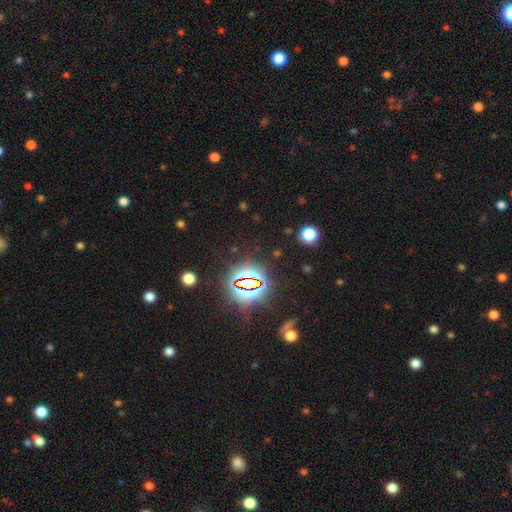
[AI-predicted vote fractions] Morphology: type=star or artifact (83%).